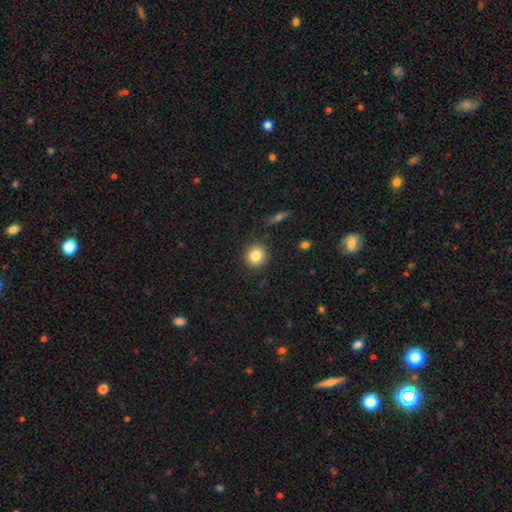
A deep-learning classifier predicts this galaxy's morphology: Q: Smooth or featured?
A: smooth (84%); runner-up: star or artifact (9%)
Q: How rounded?
A: round (90%); runner-up: in between (9%)
Q: Merging?
A: none (89%); runner-up: minor disturbance (7%)